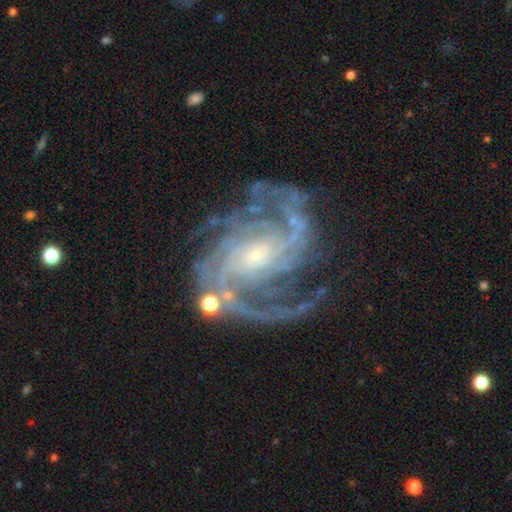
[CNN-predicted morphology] type=featured or disk (92%); edge-on=no (98%); bar=no (53%); spiral arms=yes (98%); winding=tight (53%); arm count=3 (26%); bulge=small (67%); merging=none (69%).